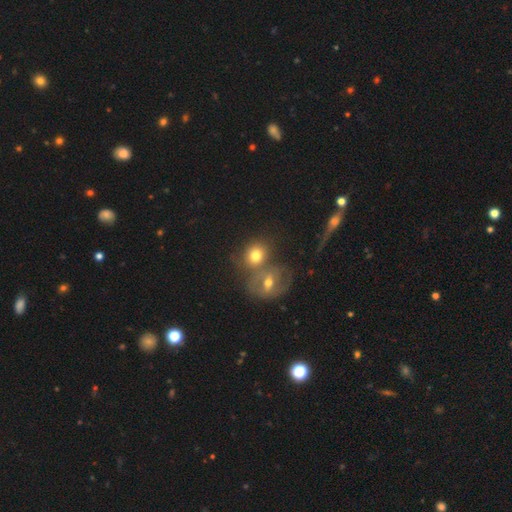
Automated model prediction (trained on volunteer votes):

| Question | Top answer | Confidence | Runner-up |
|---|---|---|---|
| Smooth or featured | smooth | 69% | featured or disk (21%) |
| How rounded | round | 71% | in between (28%) |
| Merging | merger | 43% | none (42%) |